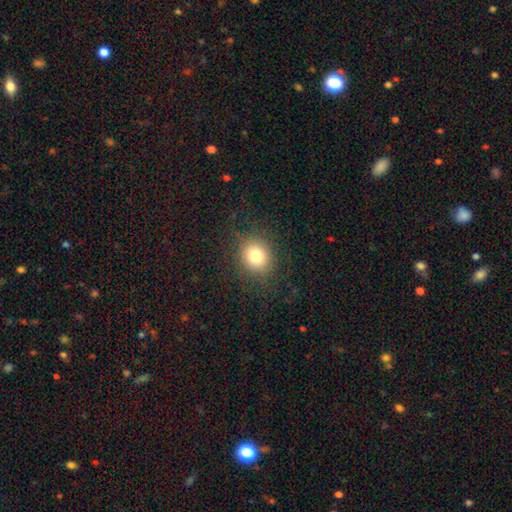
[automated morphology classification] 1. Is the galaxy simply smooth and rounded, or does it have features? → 79% smooth, 13% star or artifact, 8% featured or disk.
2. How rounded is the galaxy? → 77% round, 22% in between, 1% cigar-shaped.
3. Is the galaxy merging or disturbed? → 88% none, 8% minor disturbance, 3% major disturbance, 1% merger.